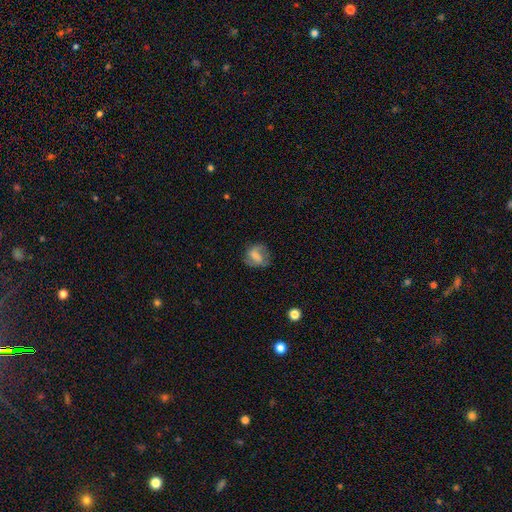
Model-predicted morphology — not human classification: Smooth or featured? Predicted: featured or disk (p=0.47). Merging? Predicted: none (p=0.67).